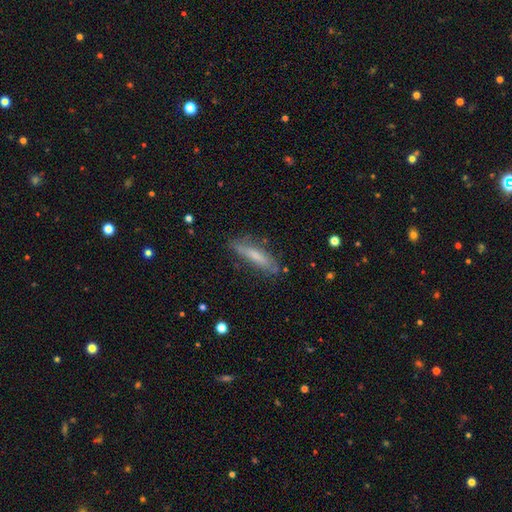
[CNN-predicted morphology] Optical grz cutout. It shows a smooth galaxy with no disk features (61%) that is cigar-shaped (77%). Merging: none (77%).